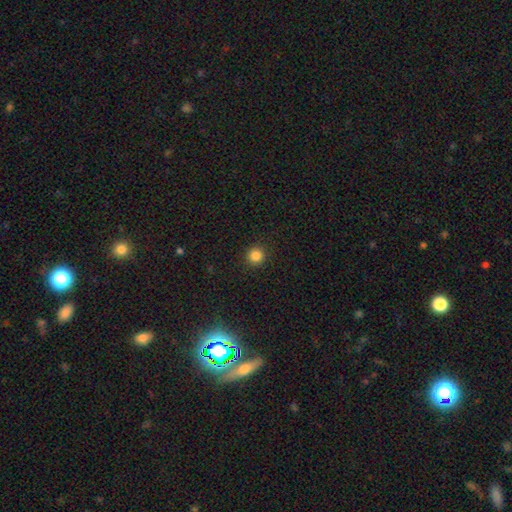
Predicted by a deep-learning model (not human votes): This appears to be a smooth galaxy with no disk features (84%) that is round (94%). Merging: none (92%).